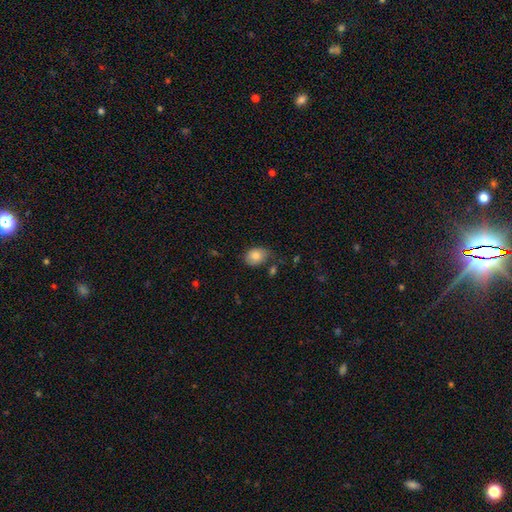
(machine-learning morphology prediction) This appears to be a smooth galaxy with no disk features (84%) that is in between round and cigar-shaped (70%). Merging: none (62%).